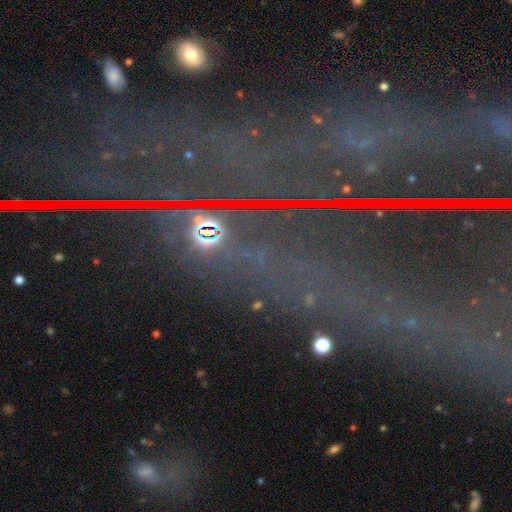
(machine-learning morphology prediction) star or artifact 80%, featured or disk 12%, smooth 9%.